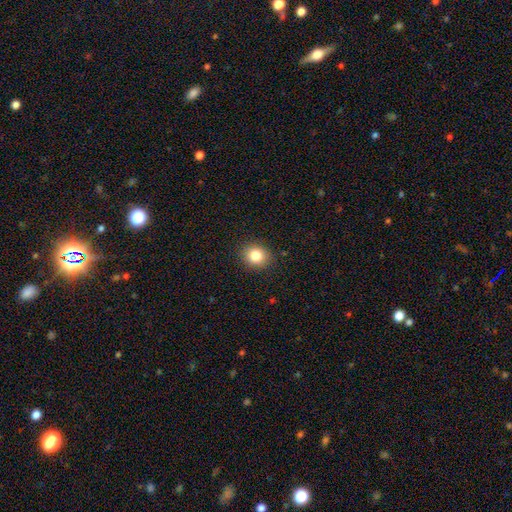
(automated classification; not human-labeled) The model was most divided on "how rounded": round: 73%, in between: 26%, cigar-shaped: 1%. More confident: merging — none (89%); smooth or featured — smooth (83%).